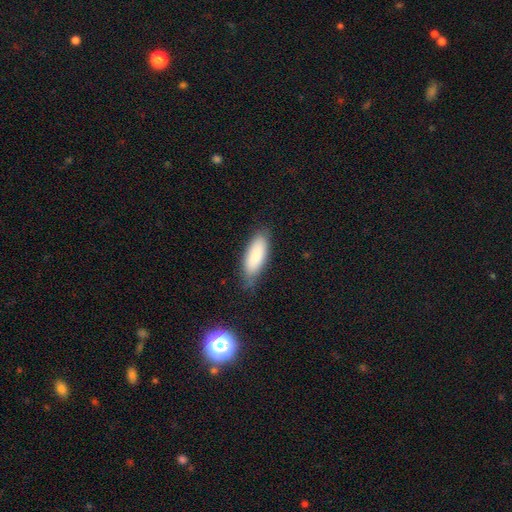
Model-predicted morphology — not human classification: Smooth or featured? Predicted: smooth (p=0.87). How rounded? Predicted: in between (p=0.76). Merging? Predicted: none (p=0.75).